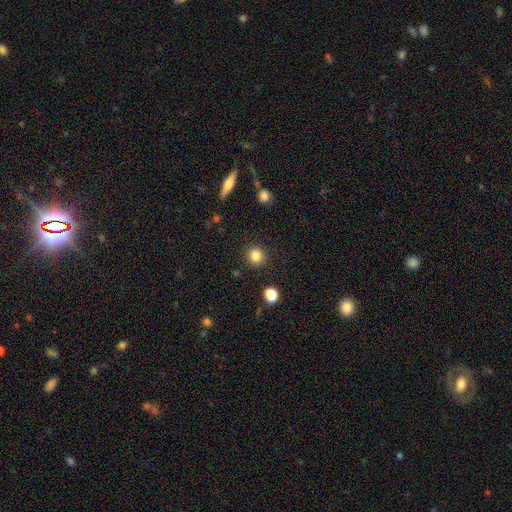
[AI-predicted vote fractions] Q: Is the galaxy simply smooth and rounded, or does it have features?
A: smooth — 84%.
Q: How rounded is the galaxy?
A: round — 90%.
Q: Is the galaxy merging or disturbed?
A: none — 90%.